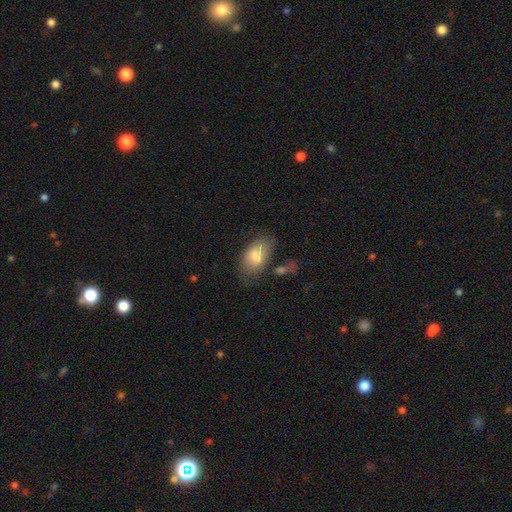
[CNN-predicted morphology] This appears to be a smooth galaxy with no disk features (78%) that is in between round and cigar-shaped (92%). Merging: none (59%).